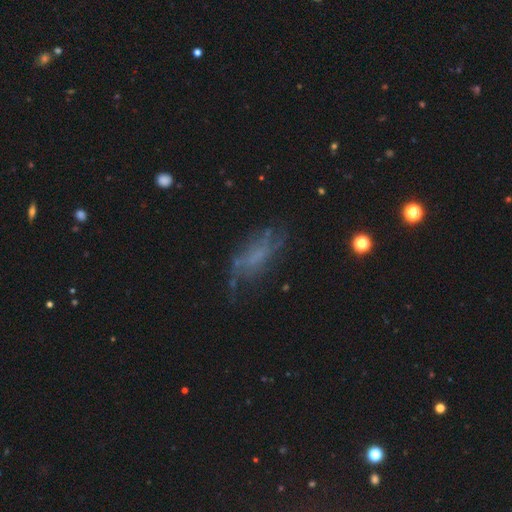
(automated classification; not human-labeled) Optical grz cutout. It shows a featured or disk galaxy (51%). Merging: none (55%).